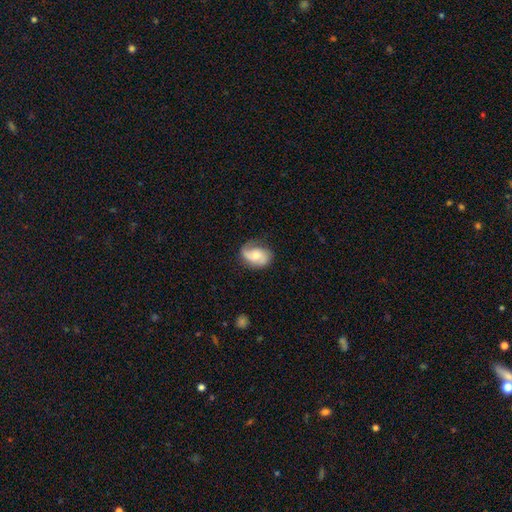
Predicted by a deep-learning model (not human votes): smooth_or_featured: featured or disk (p=0.60) [alt: smooth p=0.33]
disk_edge_on: no (p=0.97) [alt: yes p=0.03]
bar: no (p=0.65) [alt: weak p=0.29]
has_spiral_arms: yes (p=0.90) [alt: no p=0.10]
spiral_winding: medium (p=0.40) [alt: loose p=0.35]
spiral_arm_count: 2 (p=0.68) [alt: 1 p=0.18]
bulge_size: moderate (p=0.56) [alt: small p=0.33]
merging: none (p=0.62) [alt: minor disturbance p=0.26]